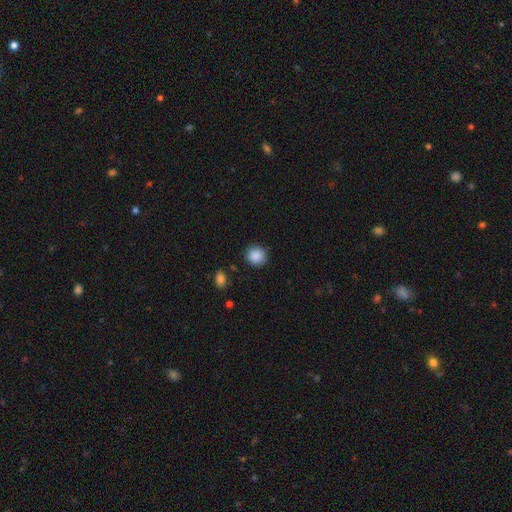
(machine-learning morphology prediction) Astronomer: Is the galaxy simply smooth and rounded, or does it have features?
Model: smooth — 88%.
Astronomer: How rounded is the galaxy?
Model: round — 88%.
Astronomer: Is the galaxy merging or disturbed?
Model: none — 88%.